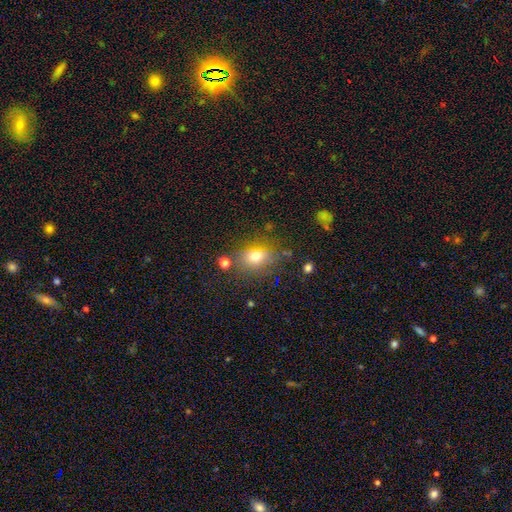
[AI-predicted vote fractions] Smooth or featured: smooth — 69% (star or artifact — 17%)
How rounded: in between — 62% (round — 34%)
Merging: none — 75% (minor disturbance — 15%)